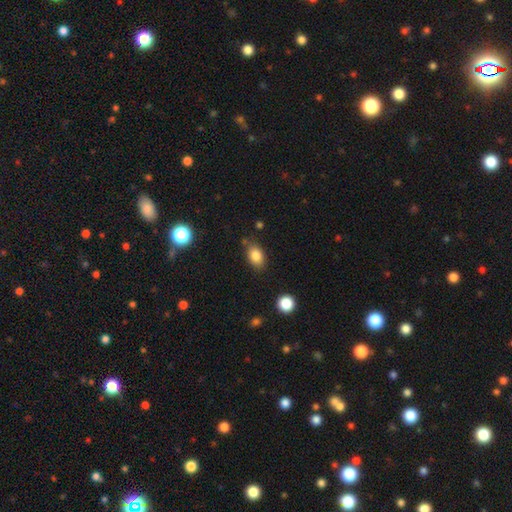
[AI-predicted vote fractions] Smooth or featured?
  - smooth: 83% *
  - star or artifact: 9%
  - featured or disk: 7%
How rounded?
  - in between: 83% *
  - round: 15%
  - cigar-shaped: 2%
Merging?
  - none: 76% *
  - minor disturbance: 16%
  - merger: 4%
  - major disturbance: 4%